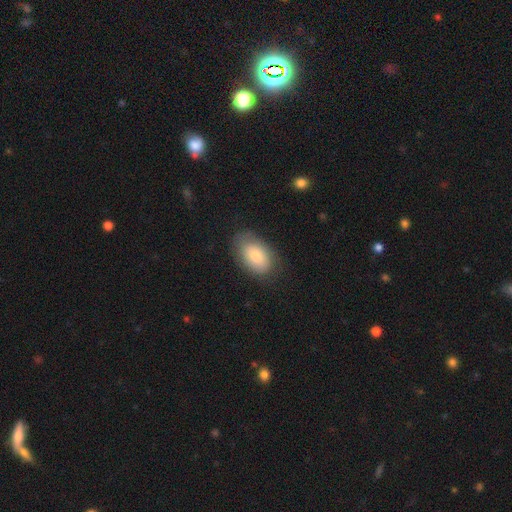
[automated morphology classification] Q: Smooth or featured?
A: smooth (79%); runner-up: featured or disk (15%)
Q: How rounded?
A: in between (89%); runner-up: round (10%)
Q: Merging?
A: none (75%); runner-up: minor disturbance (19%)